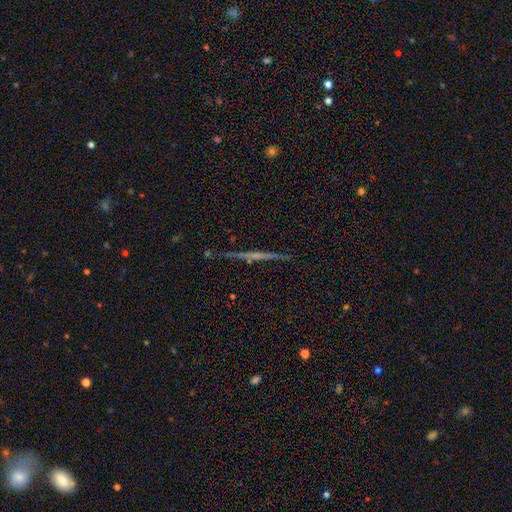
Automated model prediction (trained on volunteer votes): A featured or disk galaxy (70%) viewed edge-on (98%) with no central bulge (61%).

Vote fractions:
- Smooth or featured? featured or disk: 70% / smooth: 20% / star or artifact: 10%
- Edge-on disk? yes: 98% / no: 2%
- Edge-on bulge? none: 61% / rounded: 28% / boxy: 11%
- Merging? none: 91% / minor disturbance: 6% / major disturbance: 2% / merger: 2%